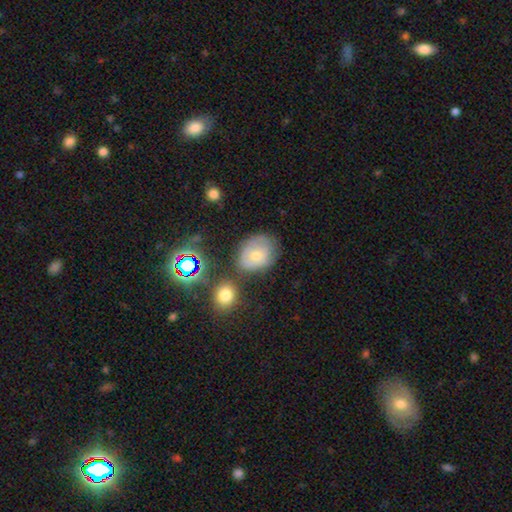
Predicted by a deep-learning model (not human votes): A smooth galaxy with no disk features (57%) that is in between round and cigar-shaped (50%).

Vote fractions:
- Smooth or featured? smooth: 57% / featured or disk: 29% / star or artifact: 14%
- How rounded? in between: 50% / round: 49% / cigar-shaped: 1%
- Merging? none: 58% / minor disturbance: 23% / merger: 11% / major disturbance: 8%